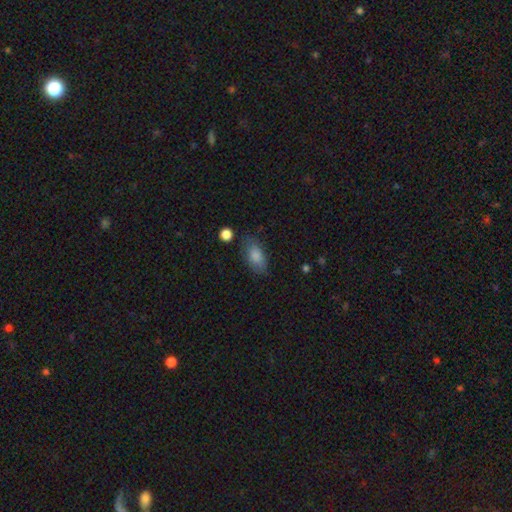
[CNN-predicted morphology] The model was most divided on "merging": none: 72%, minor disturbance: 19%, major disturbance: 6%, merger: 3%. More confident: how rounded — in between (90%); smooth or featured — smooth (83%).